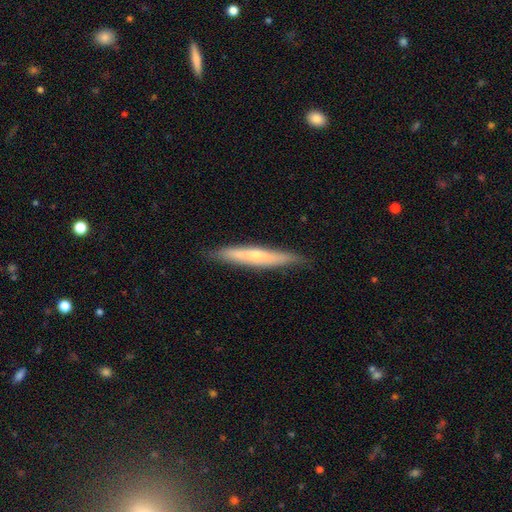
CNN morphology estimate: This is possibly a featured or disk galaxy (48%). Merging: clearly none (85%).